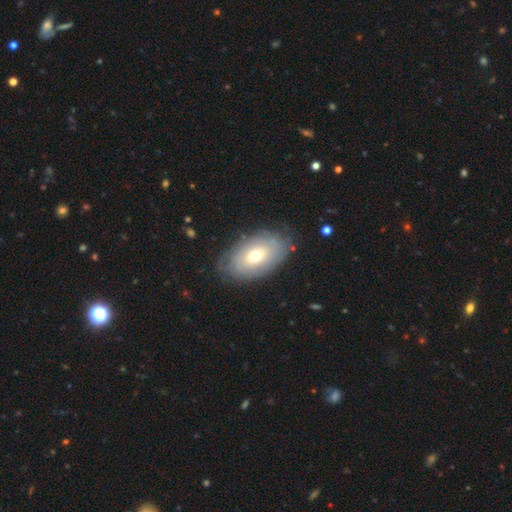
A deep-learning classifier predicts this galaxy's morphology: This appears to be a smooth galaxy with no disk features (51%) that is in between round and cigar-shaped (91%). Merging: none (79%).